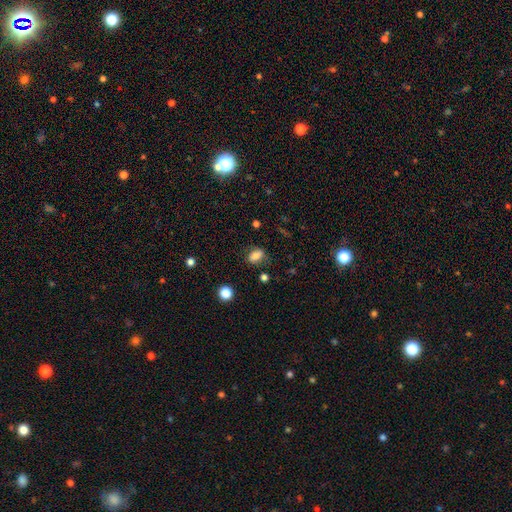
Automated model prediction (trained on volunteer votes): This is likely a smooth galaxy (76%). How rounded: likely in between (73%). Merging: likely none (75%).